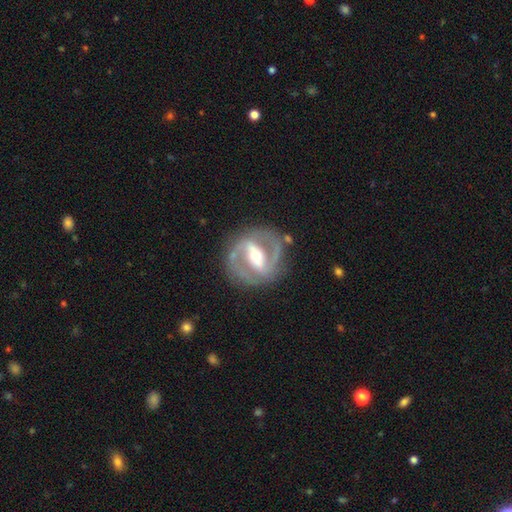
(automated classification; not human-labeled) Smooth or featured? Predicted: featured or disk (p=0.86). Edge-on disk? Predicted: no (p=0.95). Bar? Predicted: strong (p=0.65). Spiral arms? Predicted: yes (p=0.88). Spiral winding? Predicted: medium (p=0.45). Spiral arm count? Predicted: 2 (p=0.87). Bulge size? Predicted: moderate (p=0.65). Merging? Predicted: none (p=0.82).